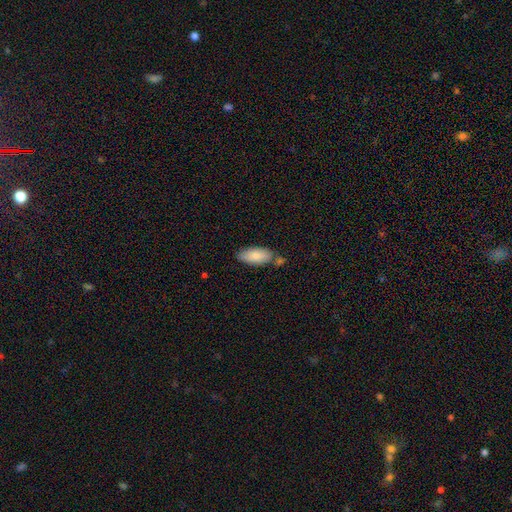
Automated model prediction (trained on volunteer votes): smooth 84%, featured or disk 10%, star or artifact 6%. Down the decision tree: how rounded — in between (87%); merging — none (67%).